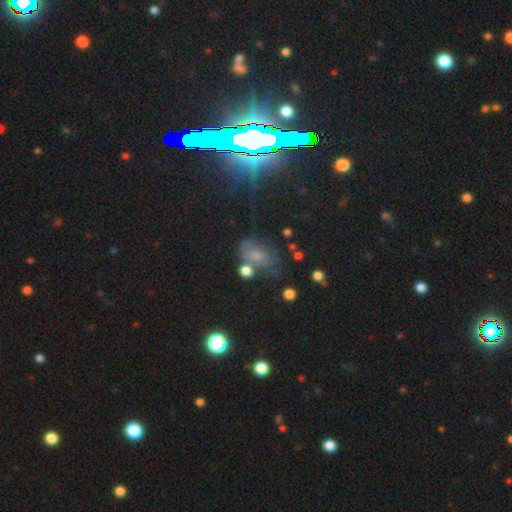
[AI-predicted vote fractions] The model was most divided on "smooth or featured": smooth: 50%, star or artifact: 29%, featured or disk: 21%. Remaining: merging — none (48%).